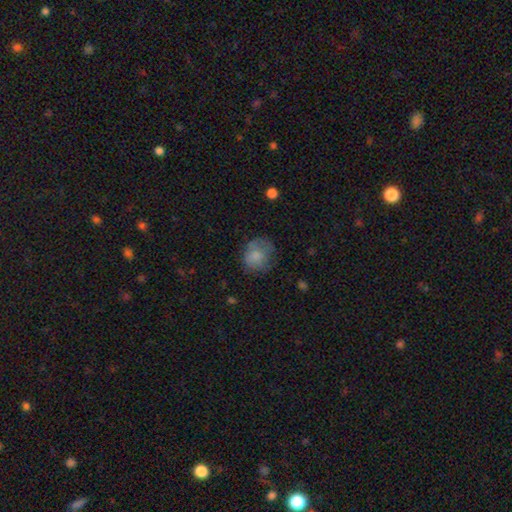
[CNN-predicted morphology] Smooth or featured: smooth — 76% (featured or disk — 15%)
How rounded: round — 70% (in between — 29%)
Merging: none — 56% (minor disturbance — 27%)